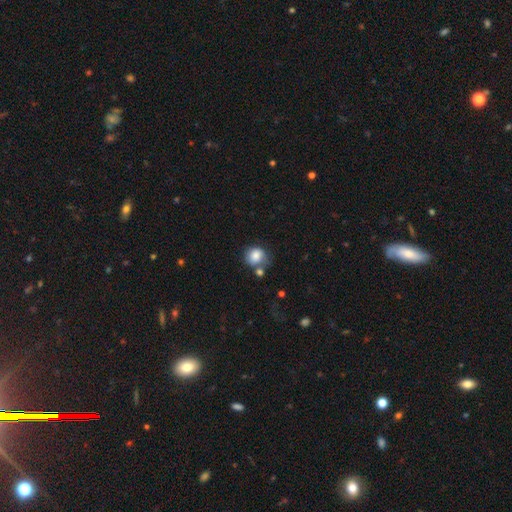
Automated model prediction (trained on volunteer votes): Smooth or featured: smooth — 83% (star or artifact — 9%)
How rounded: round — 74% (in between — 25%)
Merging: none — 52% (minor disturbance — 22%)